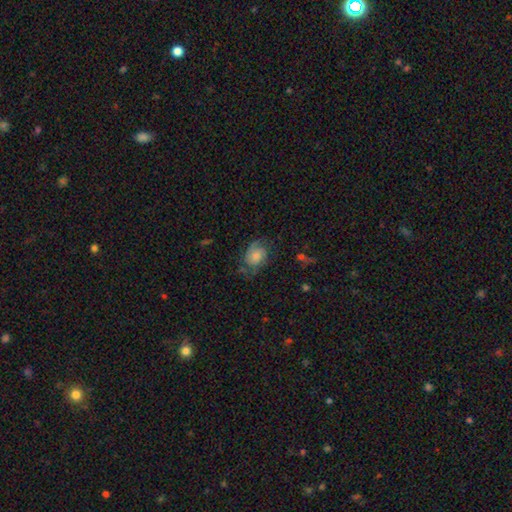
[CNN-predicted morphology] Smooth or featured?
  - featured or disk: 49% *
  - smooth: 42%
  - star or artifact: 9%
Merging?
  - none: 55% *
  - minor disturbance: 27%
  - major disturbance: 17%
  - merger: 2%